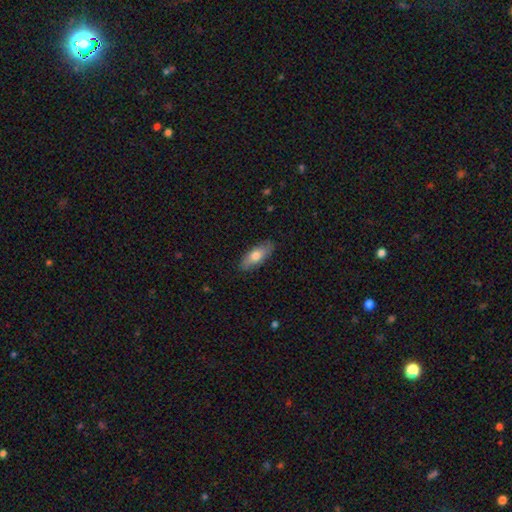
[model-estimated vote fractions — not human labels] Smooth or featured?
  - smooth: 70% *
  - featured or disk: 24%
  - star or artifact: 6%
How rounded?
  - in between: 79% *
  - cigar-shaped: 18%
  - round: 3%
Merging?
  - none: 85% *
  - minor disturbance: 12%
  - major disturbance: 2%
  - merger: 1%